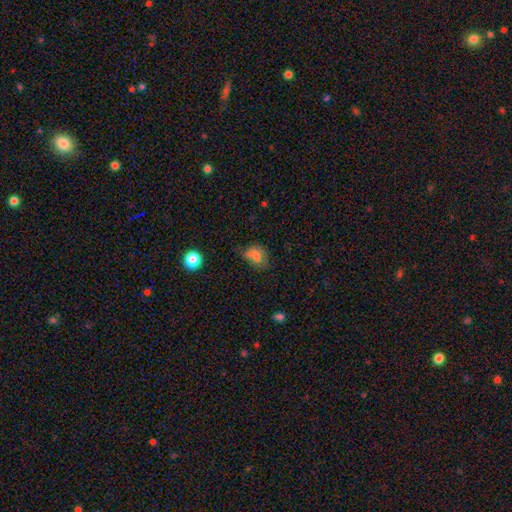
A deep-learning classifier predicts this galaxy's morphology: Smooth or featured? Predicted: smooth (p=0.74). How rounded? Predicted: in between (p=0.60). Merging? Predicted: none (p=0.45).